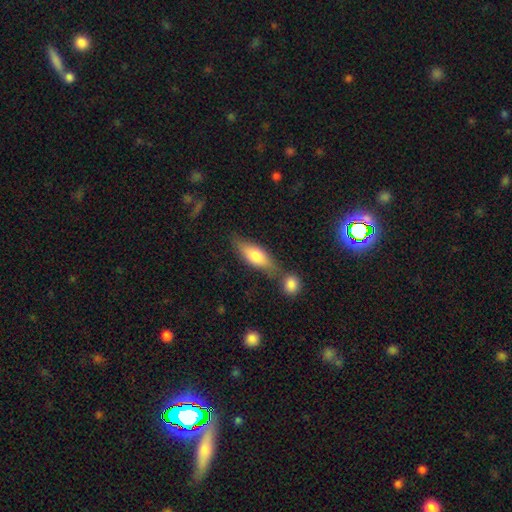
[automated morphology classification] smooth 68%, featured or disk 26%, star or artifact 6%. Down the decision tree: how rounded — in between (65%); merging — none (57%).